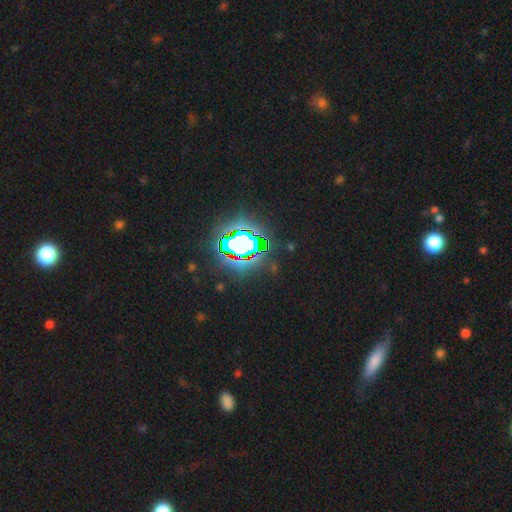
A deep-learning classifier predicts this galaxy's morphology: A star or artifact, not a galaxy (80%).